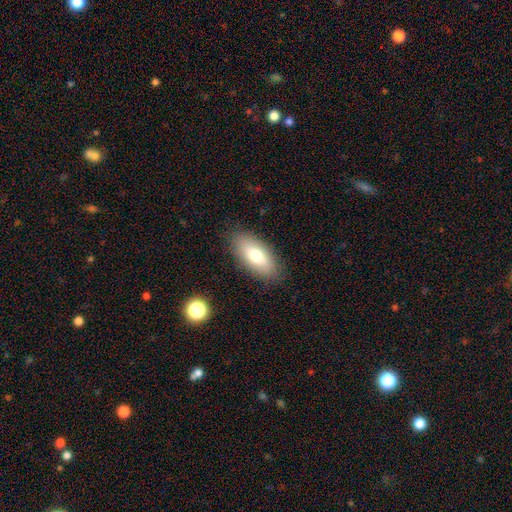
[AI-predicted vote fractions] Overall: smooth (73%). How rounded: in between (87%). Merging: none (86%).